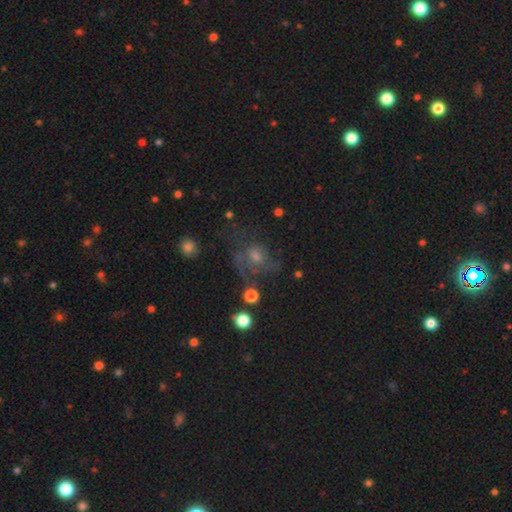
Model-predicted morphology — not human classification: type=star or artifact (40%).